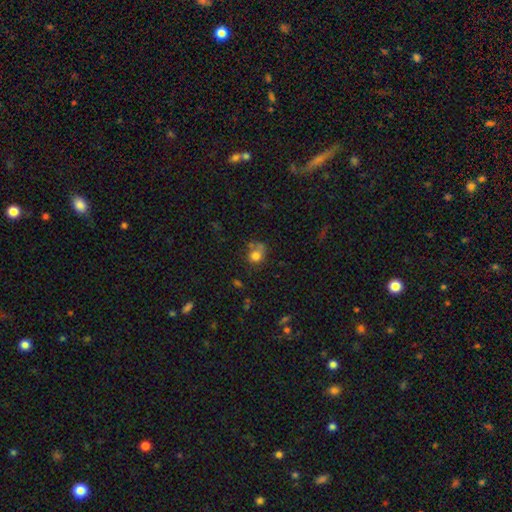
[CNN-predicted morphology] Q: Smooth or featured?
A: smooth (76%); runner-up: featured or disk (12%)
Q: How rounded?
A: round (65%); runner-up: in between (34%)
Q: Merging?
A: none (44%); runner-up: minor disturbance (22%)